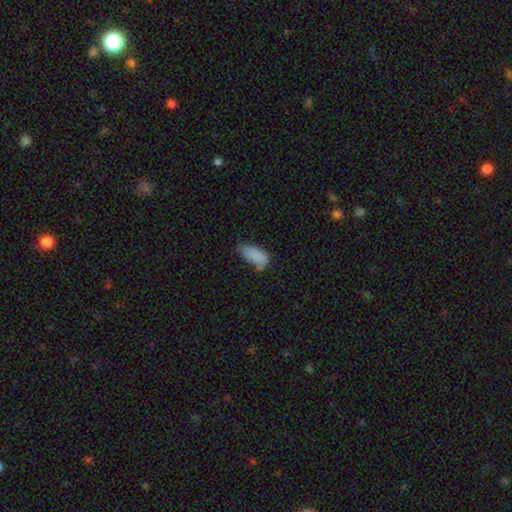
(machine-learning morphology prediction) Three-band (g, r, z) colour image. It shows a smooth galaxy with no disk features (85%) that is in between round and cigar-shaped (89%). Merging: none (42%).